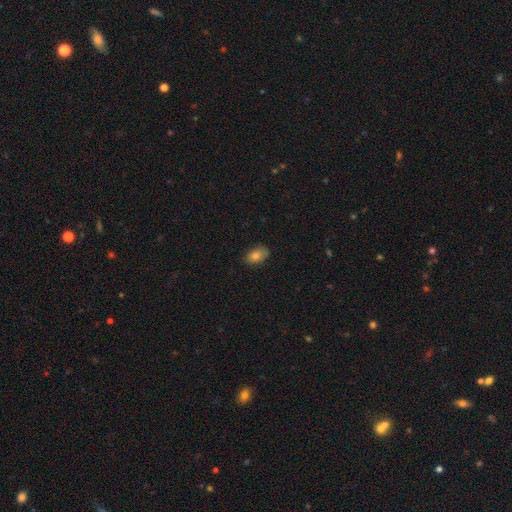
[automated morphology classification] Smooth or featured? Predicted: smooth (p=0.78). How rounded? Predicted: in between (p=0.87). Merging? Predicted: none (p=0.79).